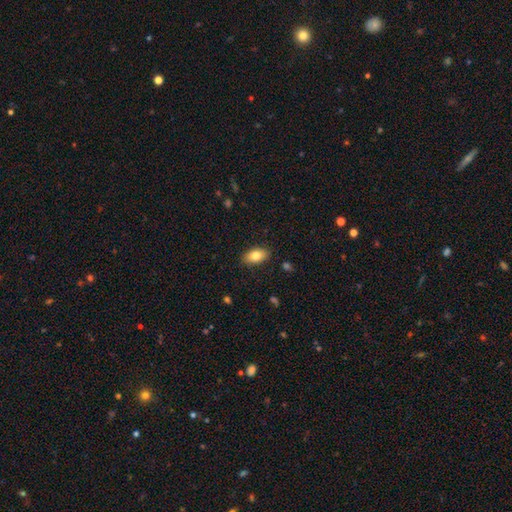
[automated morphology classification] Smooth or featured? Predicted: smooth (p=0.80). How rounded? Predicted: in between (p=0.90). Merging? Predicted: none (p=0.87).